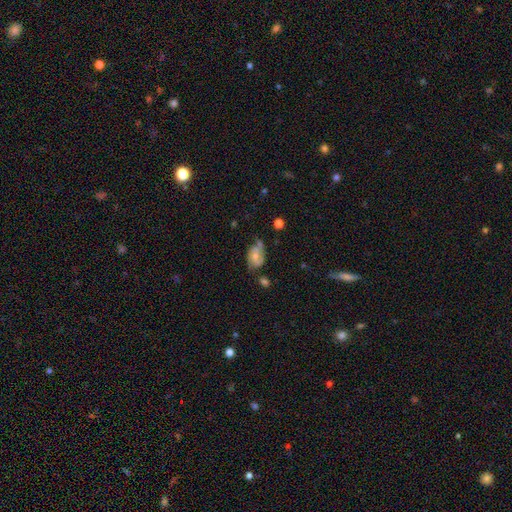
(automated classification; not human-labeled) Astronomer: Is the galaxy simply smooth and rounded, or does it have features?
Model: featured or disk — 58% (runner-up: smooth, 33%).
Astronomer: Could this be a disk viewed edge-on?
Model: no — 96%.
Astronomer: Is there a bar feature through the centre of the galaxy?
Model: no — 66%.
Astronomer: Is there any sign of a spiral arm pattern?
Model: yes — 80%.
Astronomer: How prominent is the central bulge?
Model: moderate — 48% (runner-up: small, 45%).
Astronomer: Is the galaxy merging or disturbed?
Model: none — 47% (runner-up: minor disturbance, 31%).